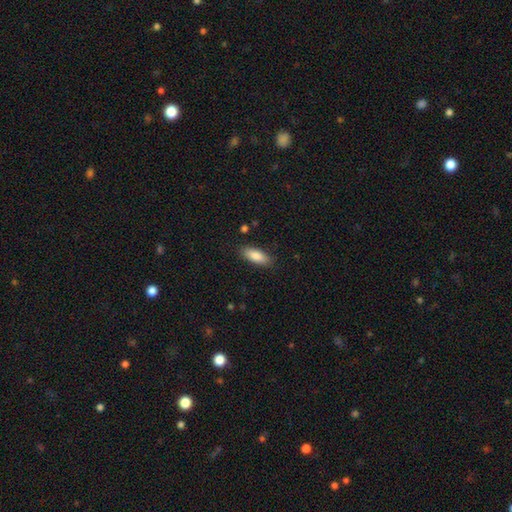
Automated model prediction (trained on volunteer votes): Smooth or featured? smooth (86%)
How rounded? in between (74%)
Merging? none (86%)